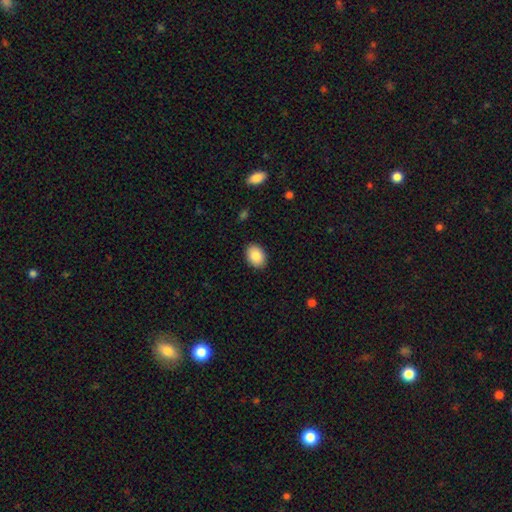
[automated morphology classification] Overall: smooth (87%). How rounded: in between (76%). Merging: none (89%).